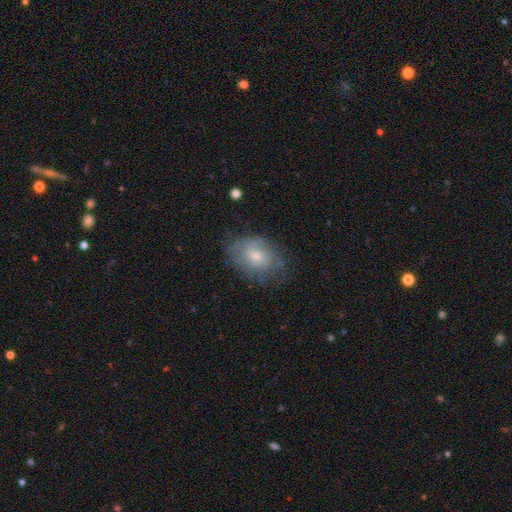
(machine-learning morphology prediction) A smooth galaxy with no disk features (48%). Merging: none (65%).